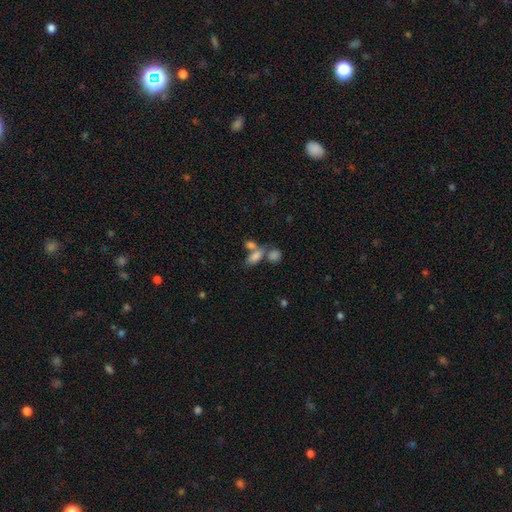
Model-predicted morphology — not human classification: This is likely a smooth galaxy (78%). How rounded: clearly in between (85%). Merging: possibly merger (49%).